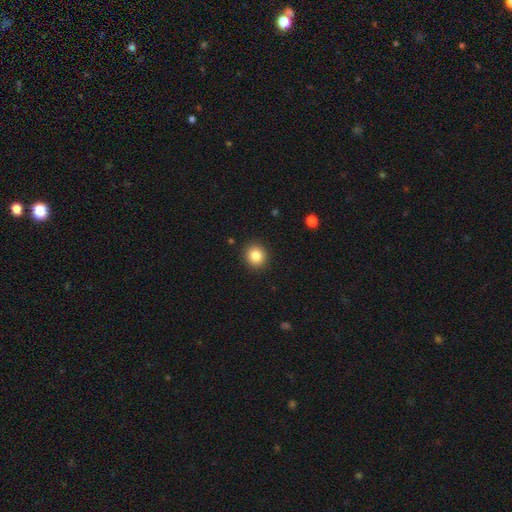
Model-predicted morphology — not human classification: This appears to be a smooth galaxy with no disk features (85%) that is round (88%). Merging: none (91%).